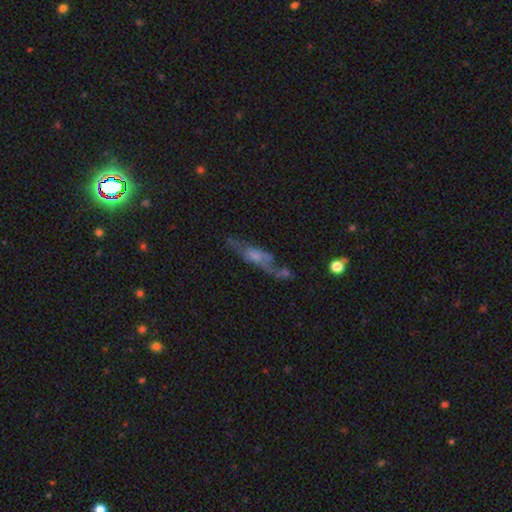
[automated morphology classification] This appears to be a featured or disk galaxy (60%) viewed edge-on (55%). Merging: none (59%).